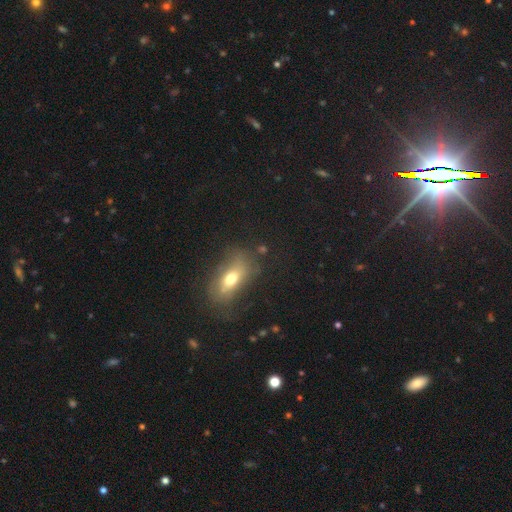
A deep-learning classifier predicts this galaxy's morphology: Smooth or featured?
  - smooth: 39% *
  - star or artifact: 33%
  - featured or disk: 28%
Merging?
  - none: 79% *
  - minor disturbance: 13%
  - major disturbance: 6%
  - merger: 2%